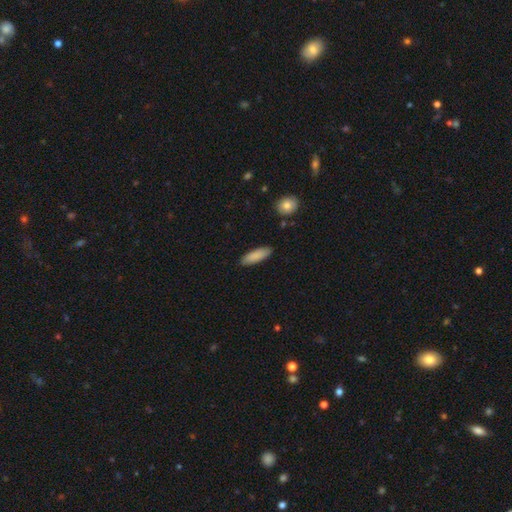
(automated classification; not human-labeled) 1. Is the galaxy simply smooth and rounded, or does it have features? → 87% smooth, 7% featured or disk, 6% star or artifact.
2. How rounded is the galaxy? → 56% in between, 43% cigar-shaped, 2% round.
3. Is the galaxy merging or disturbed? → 87% none, 10% minor disturbance, 2% major disturbance, 1% merger.